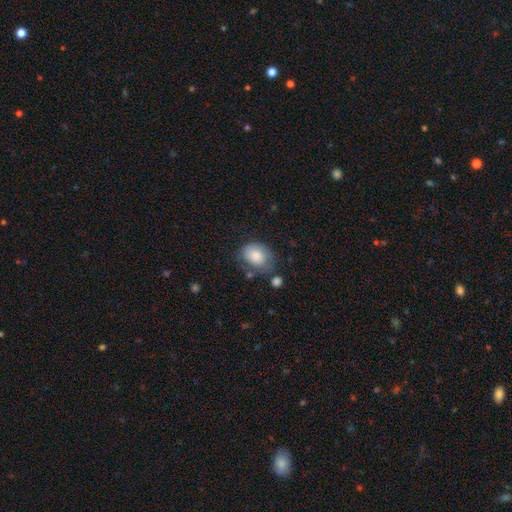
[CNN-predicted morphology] This is likely a smooth galaxy (79%). How rounded: likely in between (66%). Merging: possibly none (54%).